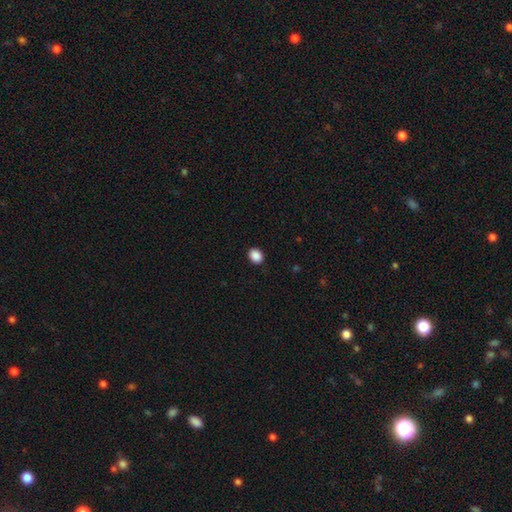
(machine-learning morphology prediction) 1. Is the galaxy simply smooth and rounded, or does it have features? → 90% smooth, 8% star or artifact, 2% featured or disk.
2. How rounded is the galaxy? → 57% in between, 42% round, 1% cigar-shaped.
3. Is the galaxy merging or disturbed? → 90% none, 7% minor disturbance, 2% major disturbance, 1% merger.